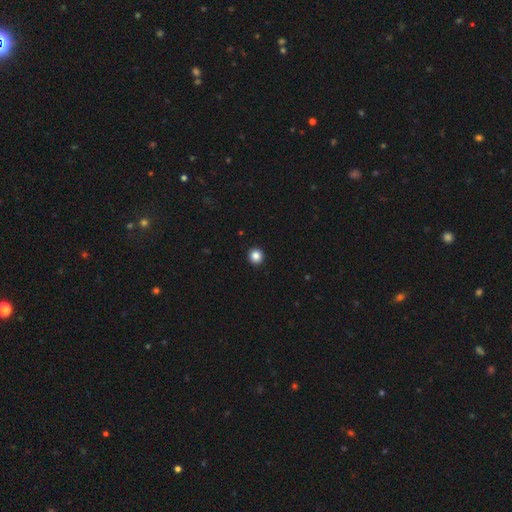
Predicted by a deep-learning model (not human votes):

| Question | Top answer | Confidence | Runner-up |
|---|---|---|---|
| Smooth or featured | smooth | 85% | star or artifact (11%) |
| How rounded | round | 94% | in between (5%) |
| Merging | none | 94% | minor disturbance (4%) |